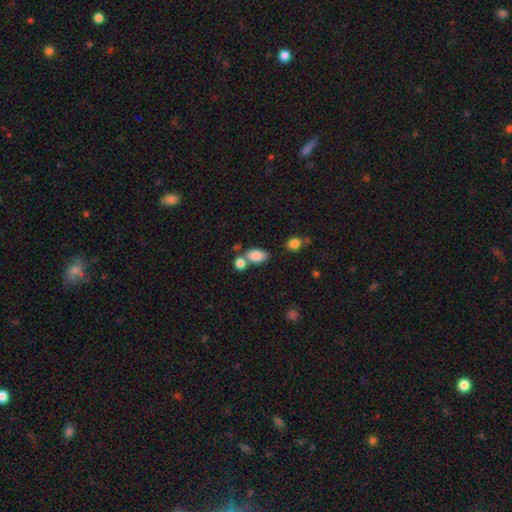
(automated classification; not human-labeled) Overall: smooth (85%). How rounded: in between (86%). Merging: none (54%; merger 29%).